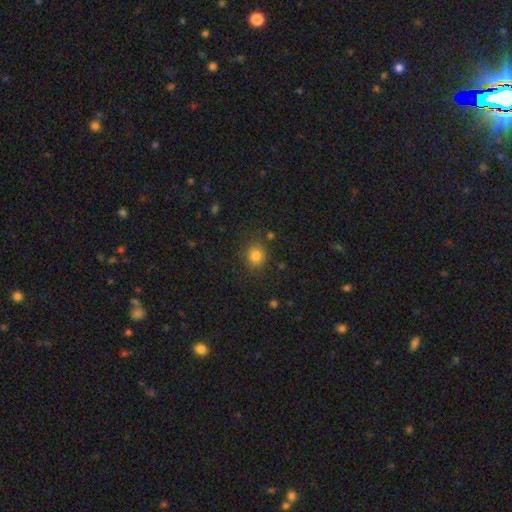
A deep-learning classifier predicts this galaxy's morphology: Smooth or featured: smooth — 82% (star or artifact — 12%)
How rounded: round — 76% (in between — 23%)
Merging: none — 80% (minor disturbance — 13%)